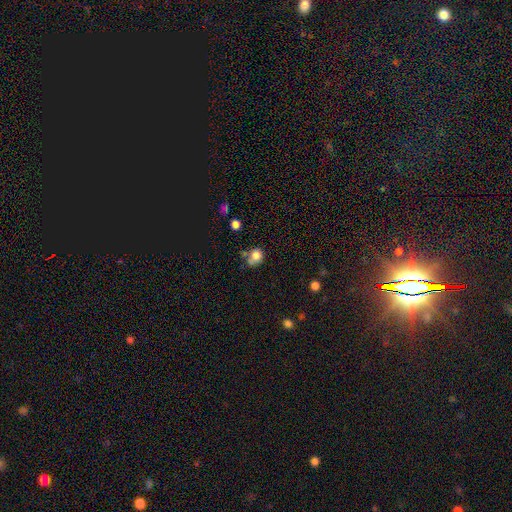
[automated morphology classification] Overall: smooth (79%). How rounded: round (65%; in between 34%). Merging: none (48%; minor disturbance 23%).